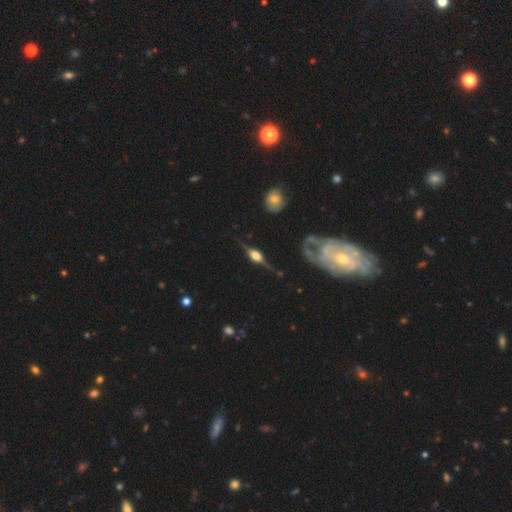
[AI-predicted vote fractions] A featured or disk galaxy (80%) viewed edge-on (90%) with a rounded central bulge (90%).

Vote fractions:
- Smooth or featured? featured or disk: 80% / smooth: 14% / star or artifact: 7%
- Edge-on disk? yes: 90% / no: 10%
- Edge-on bulge? rounded: 90% / boxy: 8% / none: 2%
- Merging? none: 69% / minor disturbance: 17% / major disturbance: 10% / merger: 3%